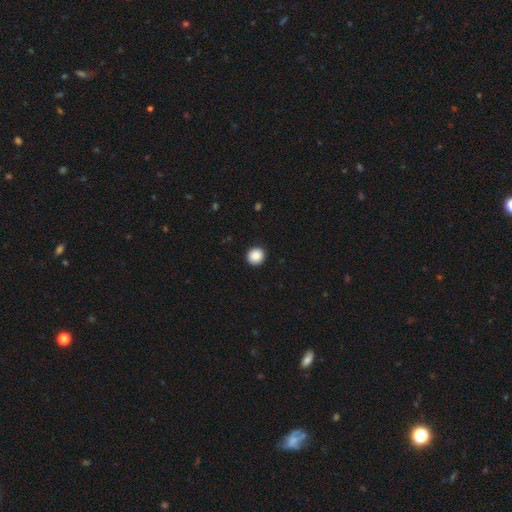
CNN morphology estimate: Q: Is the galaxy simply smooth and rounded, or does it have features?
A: smooth — 88%.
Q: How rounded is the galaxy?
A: round — 92%.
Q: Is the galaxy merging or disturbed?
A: none — 93%.